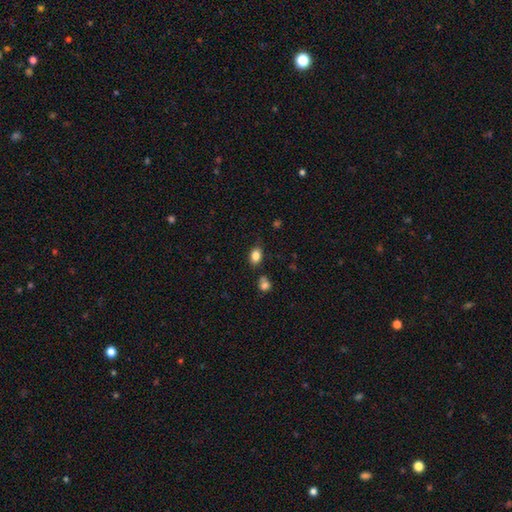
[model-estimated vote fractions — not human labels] smooth-or-featured: smooth: 83% | star or artifact: 10% | featured or disk: 7%
  how-rounded: in between: 80% | round: 19% | cigar-shaped: 2%
  merging: none: 75% | minor disturbance: 16% | merger: 5% | major disturbance: 4%